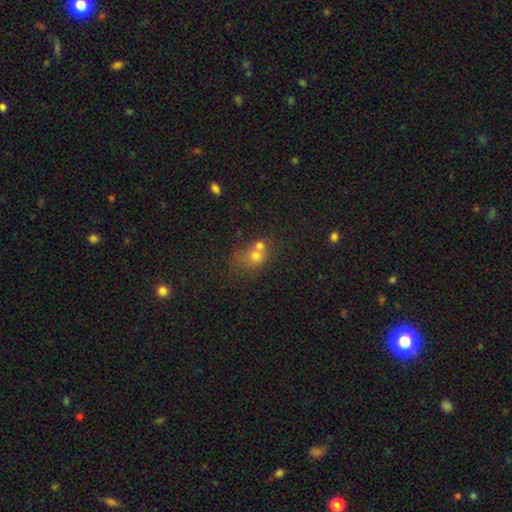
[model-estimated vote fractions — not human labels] This is likely a smooth galaxy (65%). How rounded: likely round (62%). Merging: possibly merger (52%).